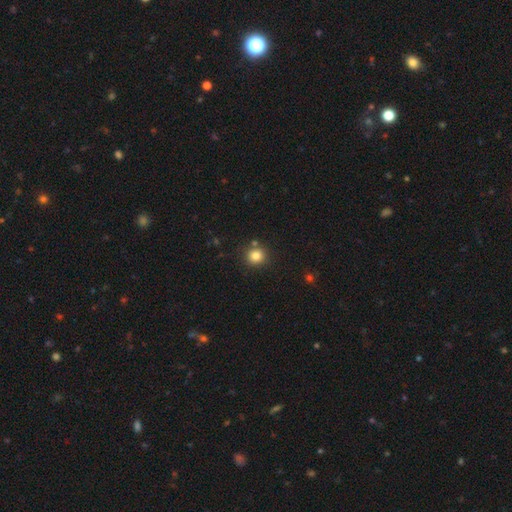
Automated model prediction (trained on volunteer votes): This is clearly a smooth galaxy (82%). How rounded: clearly round (90%). Merging: clearly none (82%).